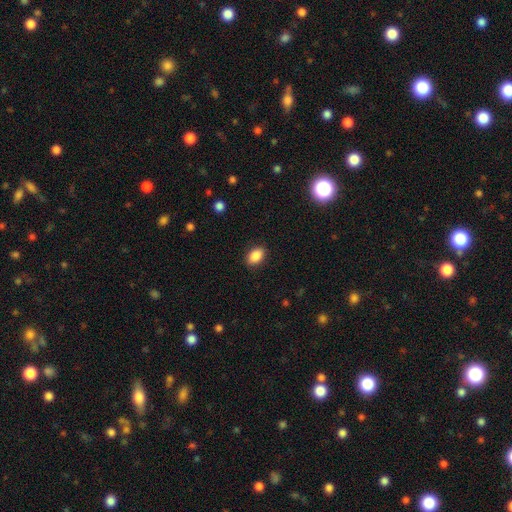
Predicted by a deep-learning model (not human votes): smooth-or-featured: smooth: 88% | star or artifact: 8% | featured or disk: 4%
  how-rounded: in between: 85% | round: 14% | cigar-shaped: 1%
  merging: none: 88% | minor disturbance: 9% | major disturbance: 2% | merger: 1%